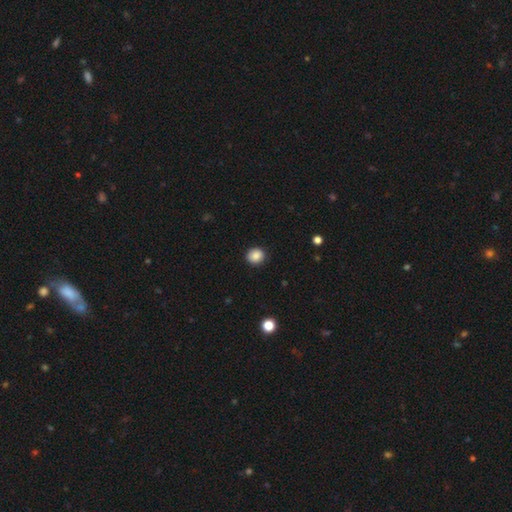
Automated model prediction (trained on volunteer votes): Morphology: type=smooth (87%); roundness=round (86%); merging=none (91%).